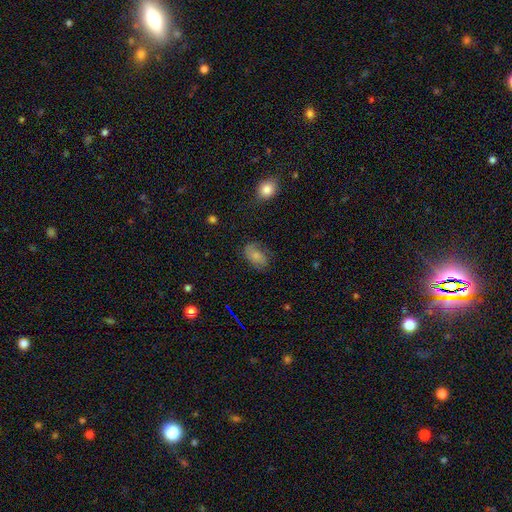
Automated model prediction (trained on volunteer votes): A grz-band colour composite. It shows a smooth galaxy with no disk features (57%) that is in between round and cigar-shaped (86%). Merging: none (61%).